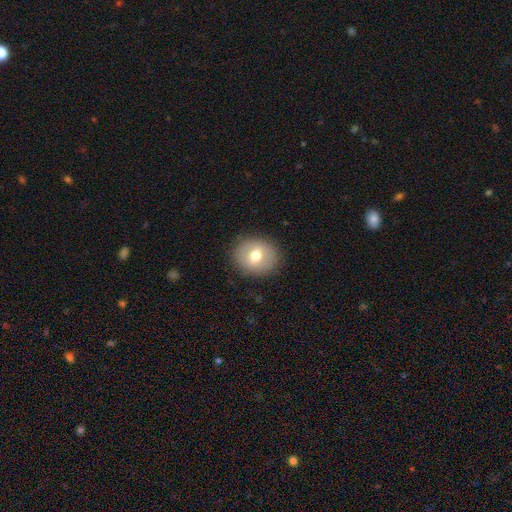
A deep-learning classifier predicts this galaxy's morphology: smooth_or_featured: smooth (p=0.66) [alt: featured or disk p=0.25]
how_rounded: round (p=0.73) [alt: in between p=0.26]
merging: none (p=0.87) [alt: minor disturbance p=0.09]